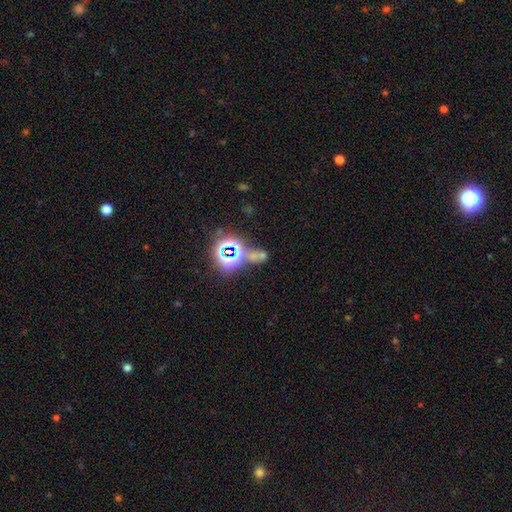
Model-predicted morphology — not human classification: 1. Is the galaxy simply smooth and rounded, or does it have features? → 52% star or artifact, 36% smooth, 12% featured or disk.